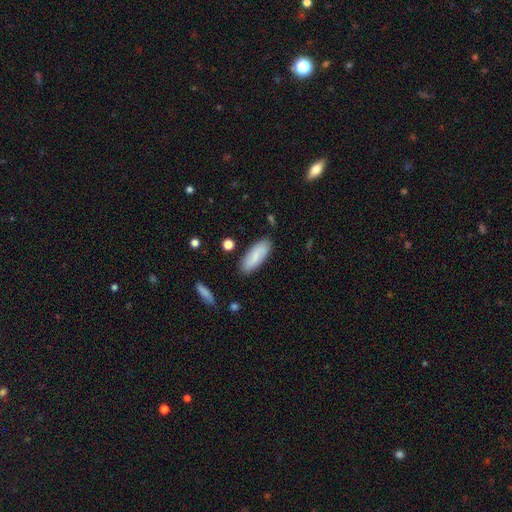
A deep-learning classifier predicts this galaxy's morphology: Smooth or featured? Predicted: smooth (p=0.73). How rounded? Predicted: in between (p=0.71). Merging? Predicted: none (p=0.84).